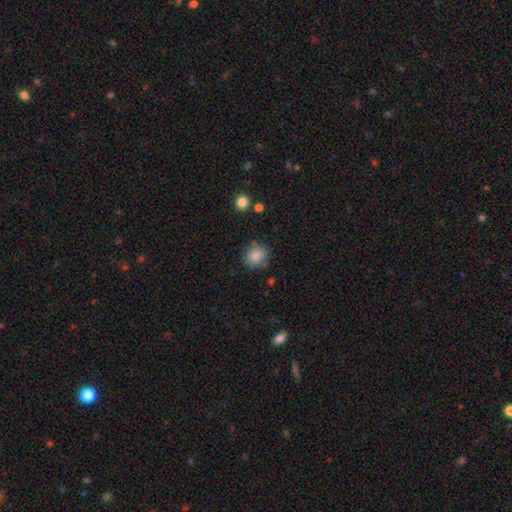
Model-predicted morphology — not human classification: Smooth or featured?
  - smooth: 85% *
  - star or artifact: 9%
  - featured or disk: 5%
How rounded?
  - round: 65% *
  - in between: 34%
  - cigar-shaped: 1%
Merging?
  - none: 73% *
  - minor disturbance: 17%
  - merger: 5%
  - major disturbance: 5%